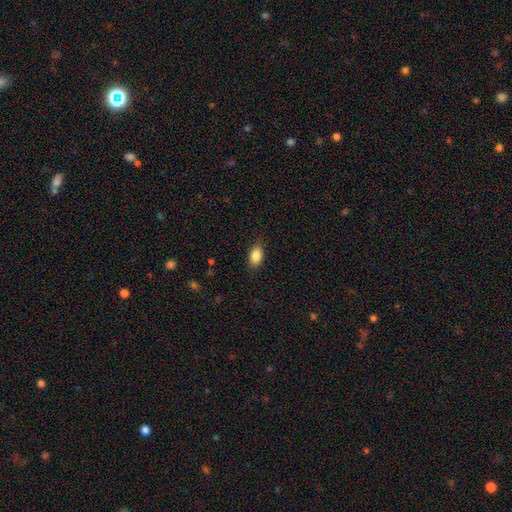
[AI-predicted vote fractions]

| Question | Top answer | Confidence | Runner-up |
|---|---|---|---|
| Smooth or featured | smooth | 86% | star or artifact (8%) |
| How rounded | in between | 88% | round (8%) |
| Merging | none | 82% | minor disturbance (14%) |